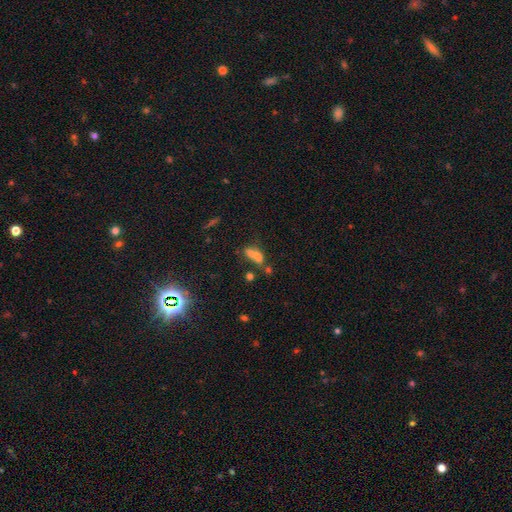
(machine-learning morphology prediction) Smooth or featured? smooth (61%)
How rounded? in between (60%)
Merging? merger (60%)